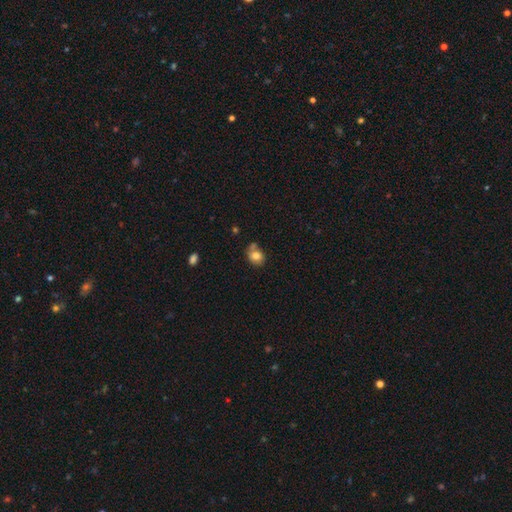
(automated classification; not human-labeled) Smooth or featured? Predicted: smooth (p=0.79). How rounded? Predicted: round (p=0.52). Merging? Predicted: none (p=0.52).